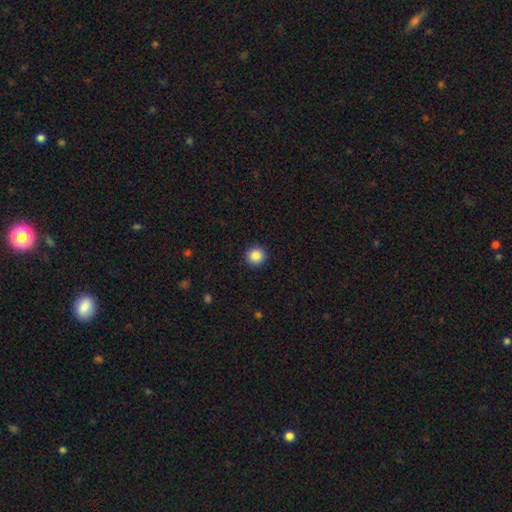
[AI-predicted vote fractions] Smooth or featured: smooth — 87% (star or artifact — 10%)
How rounded: round — 95% (in between — 4%)
Merging: none — 92% (minor disturbance — 5%)